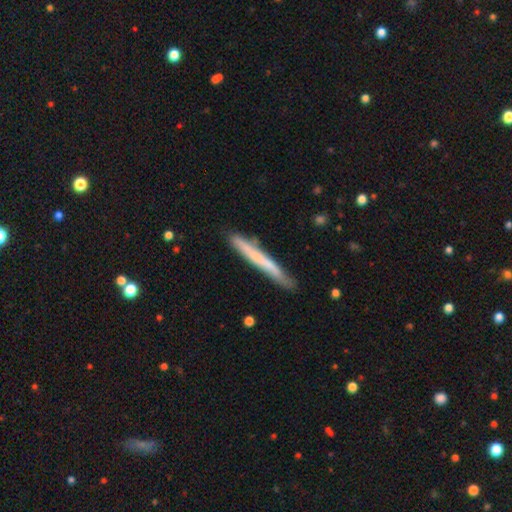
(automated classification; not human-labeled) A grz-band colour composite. It shows a smooth galaxy with no disk features (54%) that is cigar-shaped (97%). Merging: none (82%).